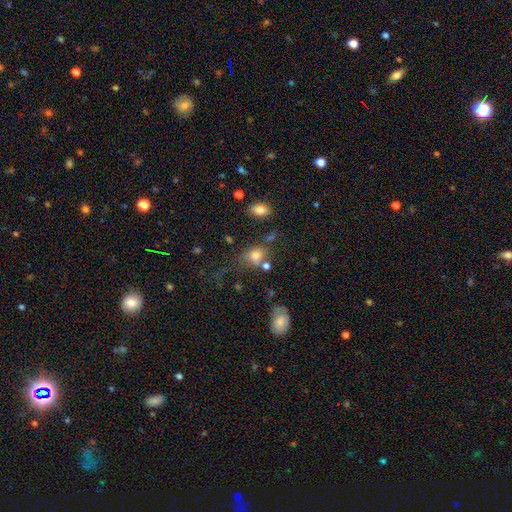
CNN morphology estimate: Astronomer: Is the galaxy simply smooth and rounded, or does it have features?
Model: smooth — 75%.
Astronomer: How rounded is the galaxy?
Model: in between — 53% (runner-up: round, 44%).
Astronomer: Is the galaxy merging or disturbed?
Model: none — 45% (runner-up: minor disturbance, 20%).